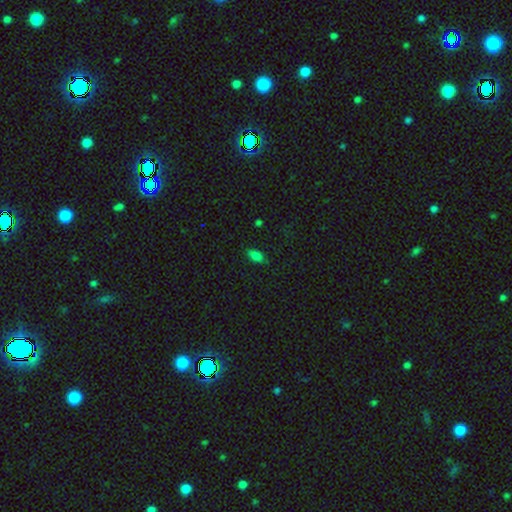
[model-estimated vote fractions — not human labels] The model was most divided on "smooth or featured": smooth: 80%, star or artifact: 13%, featured or disk: 7%. More confident: how rounded — in between (89%); merging — none (82%).